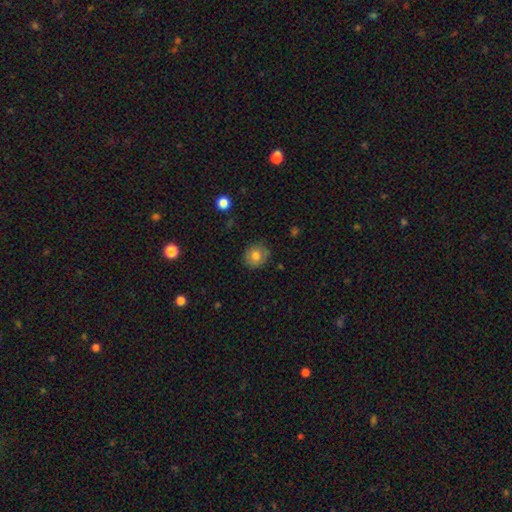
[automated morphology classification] Overall: smooth (77%). How rounded: round (84%). Merging: none (80%).